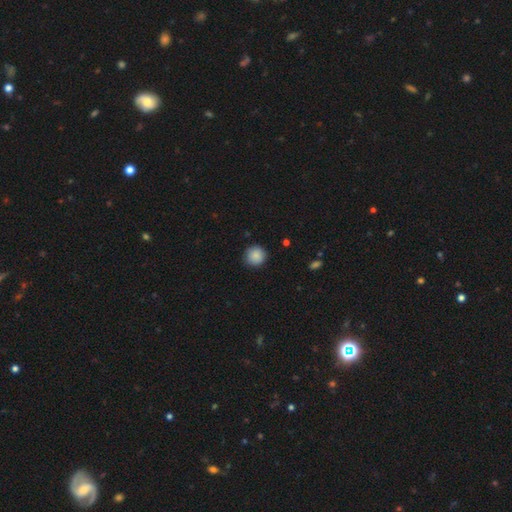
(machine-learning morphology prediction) Smooth or featured: smooth — 88% (star or artifact — 8%)
How rounded: round — 94% (in between — 5%)
Merging: none — 88% (minor disturbance — 9%)